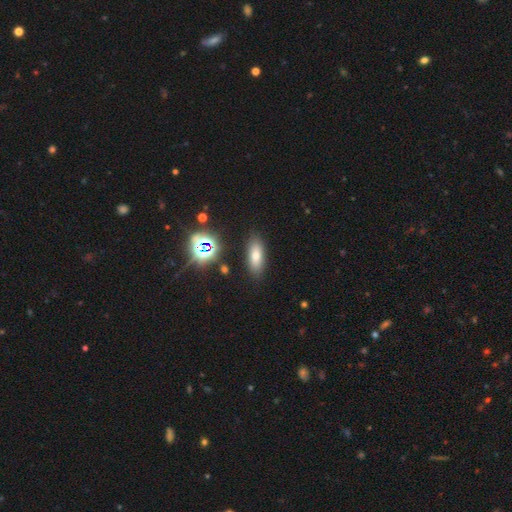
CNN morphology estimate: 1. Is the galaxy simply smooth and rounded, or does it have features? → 64% smooth, 20% star or artifact, 17% featured or disk.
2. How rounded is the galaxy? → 73% in between, 21% cigar-shaped, 6% round.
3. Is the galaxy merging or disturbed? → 87% none, 8% minor disturbance, 3% major disturbance, 2% merger.